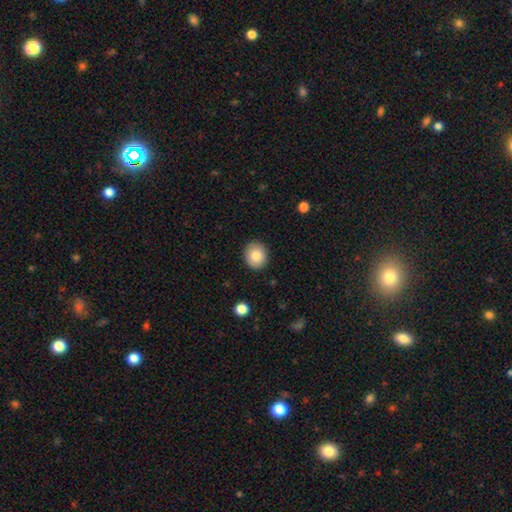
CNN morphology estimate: A smooth galaxy with no disk features (83%) that is round (78%). Merging: none (90%).